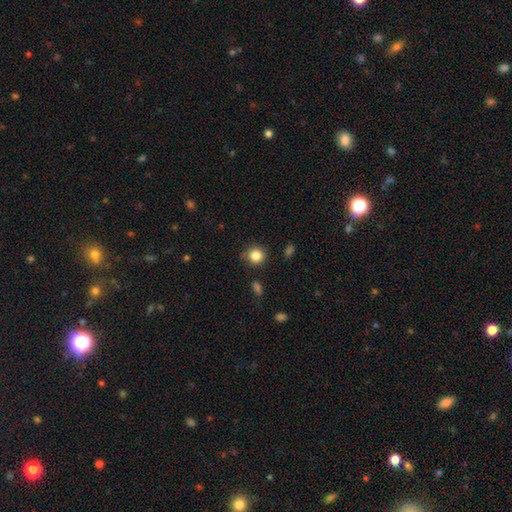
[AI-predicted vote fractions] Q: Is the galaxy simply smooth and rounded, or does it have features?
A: smooth — 84%.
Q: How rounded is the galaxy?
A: round — 91%.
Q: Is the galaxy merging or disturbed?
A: none — 82%.